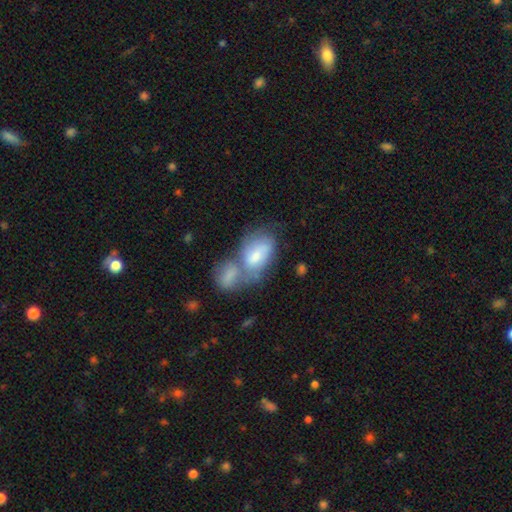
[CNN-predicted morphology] This appears to be a smooth galaxy with no disk features (59%) that is in between round and cigar-shaped (88%). Merging: merger (65%).